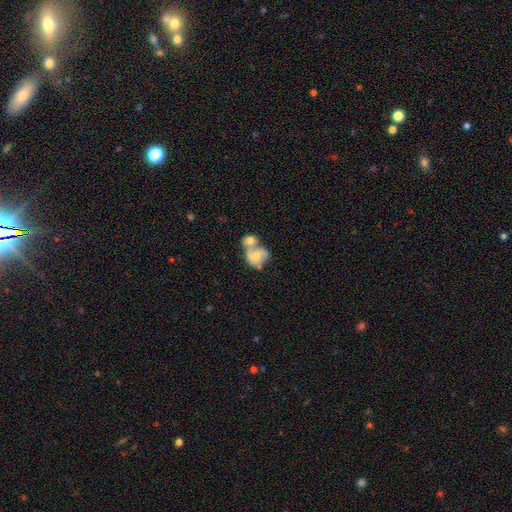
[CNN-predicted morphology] Overall: featured or disk (47%; smooth 45%). Merging: merger (66%).